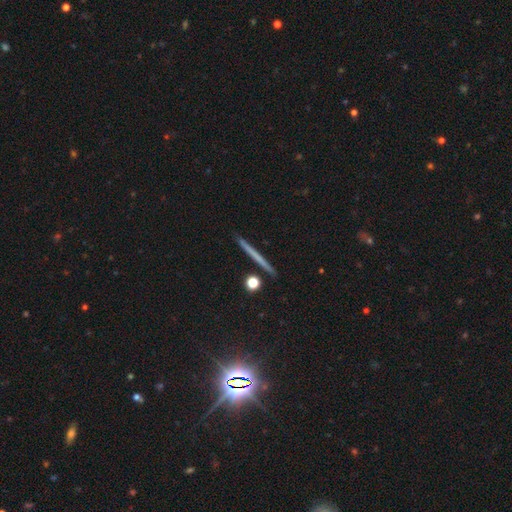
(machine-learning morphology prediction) Smooth or featured? Predicted: smooth (p=0.47). Merging? Predicted: none (p=0.92).